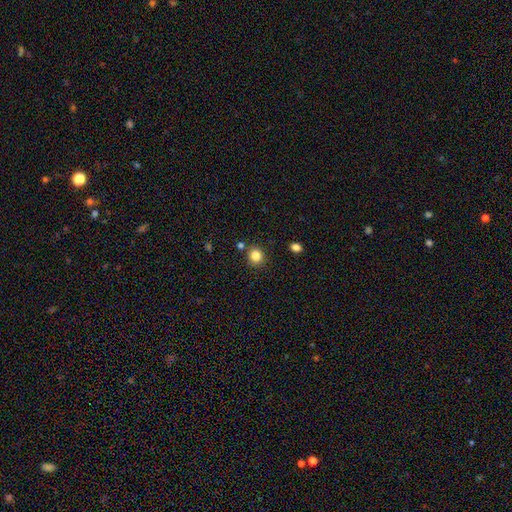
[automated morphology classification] Q: Smooth or featured?
A: smooth (84%); runner-up: star or artifact (11%)
Q: How rounded?
A: round (84%); runner-up: in between (15%)
Q: Merging?
A: none (83%); runner-up: minor disturbance (8%)